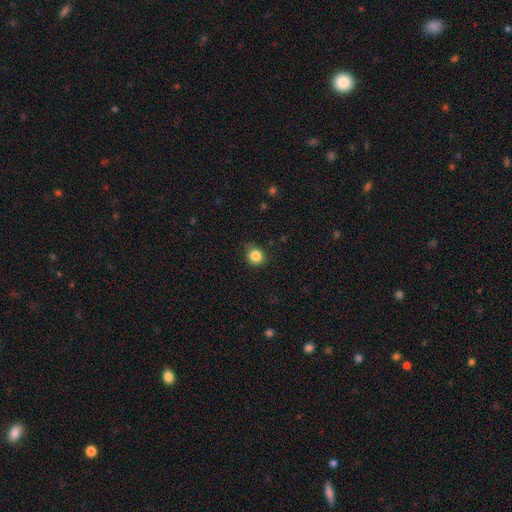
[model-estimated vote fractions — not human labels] This is clearly a smooth galaxy (85%). How rounded: clearly round (83%). Merging: likely none (79%).